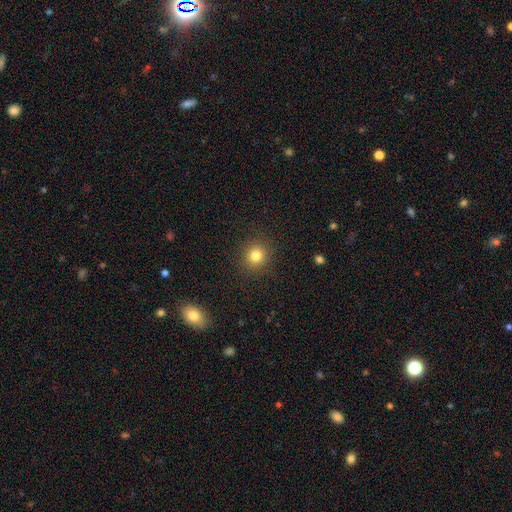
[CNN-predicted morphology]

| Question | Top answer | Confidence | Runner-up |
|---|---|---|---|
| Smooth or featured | smooth | 81% | star or artifact (13%) |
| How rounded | round | 90% | in between (9%) |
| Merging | none | 90% | minor disturbance (6%) |